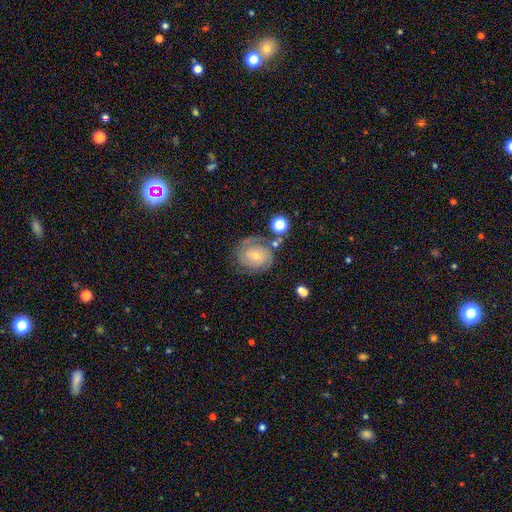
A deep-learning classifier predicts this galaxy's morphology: Smooth or featured? featured or disk (72%)
Edge-on disk? no (97%)
Bar? no (53%)
Spiral arms? yes (93%)
Spiral winding? tight (61%)
Spiral arm count? 2 (52%)
Bulge size? small (58%)
Merging? none (66%)